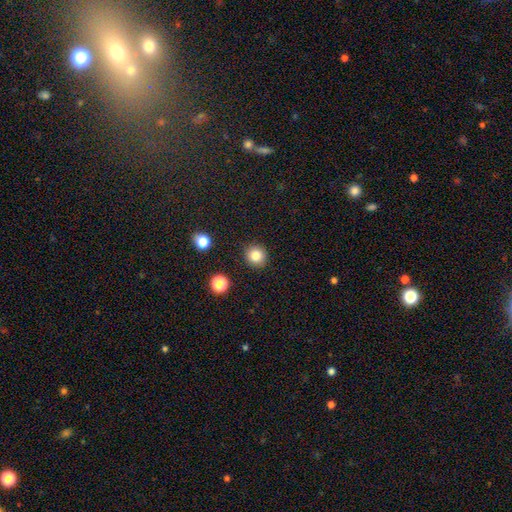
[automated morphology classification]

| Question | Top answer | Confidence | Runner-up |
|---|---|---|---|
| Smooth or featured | smooth | 83% | star or artifact (11%) |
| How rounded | round | 91% | in between (8%) |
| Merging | none | 91% | minor disturbance (6%) |